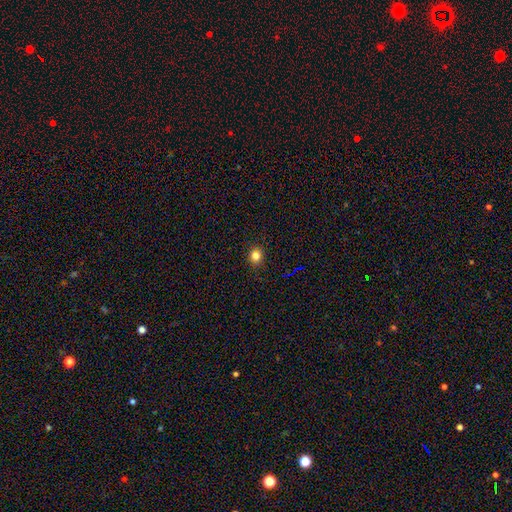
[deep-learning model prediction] Smooth or featured? Predicted: smooth (p=0.81). How rounded? Predicted: round (p=0.79). Merging? Predicted: none (p=0.90).